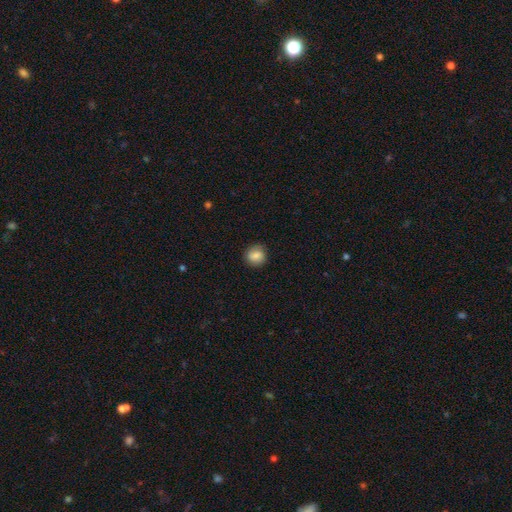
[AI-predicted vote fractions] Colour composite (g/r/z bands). It shows a smooth galaxy with no disk features (82%) that is round (82%). Merging: none (83%).